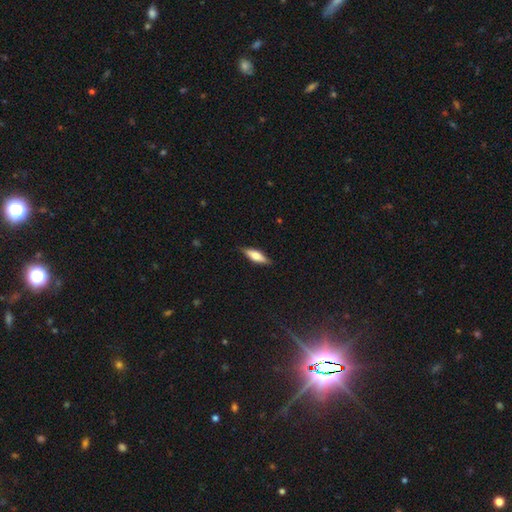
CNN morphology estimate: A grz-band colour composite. It shows a smooth galaxy with no disk features (53%) that is cigar-shaped (53%). Merging: none (86%).